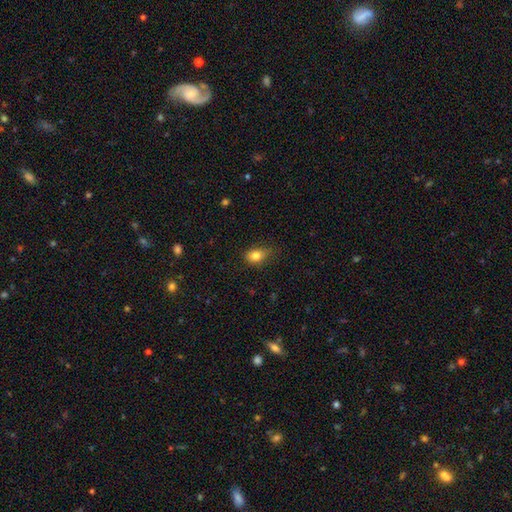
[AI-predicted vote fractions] Smooth or featured: smooth — 81% (star or artifact — 10%)
How rounded: in between — 70% (round — 28%)
Merging: none — 65% (minor disturbance — 27%)